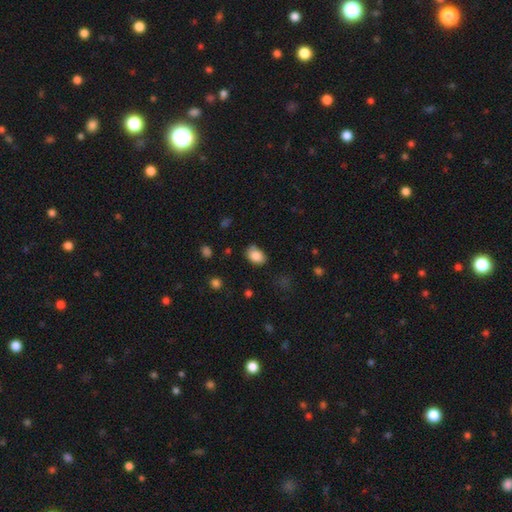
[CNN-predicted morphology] smooth_or_featured: smooth (p=0.85) [alt: star or artifact p=0.08]
how_rounded: in between (p=0.81) [alt: round p=0.18]
merging: none (p=0.73) [alt: minor disturbance p=0.20]